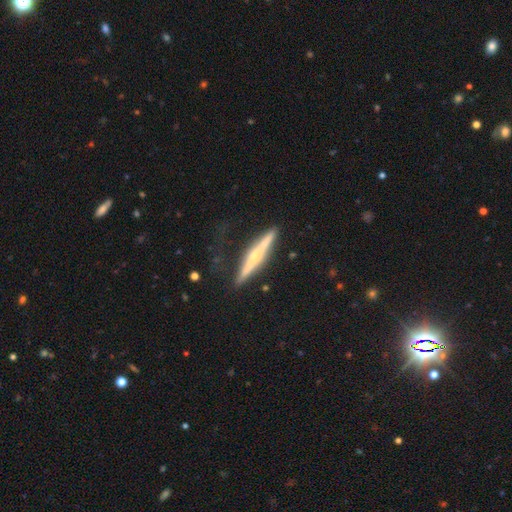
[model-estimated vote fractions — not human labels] smooth-or-featured: featured or disk: 68% | smooth: 27% | star or artifact: 6%
  disk-edge-on: yes: 97% | no: 3%
    edge-on-bulge: rounded: 69% | none: 22% | boxy: 9%
  merging: none: 78% | minor disturbance: 16% | major disturbance: 4% | merger: 2%